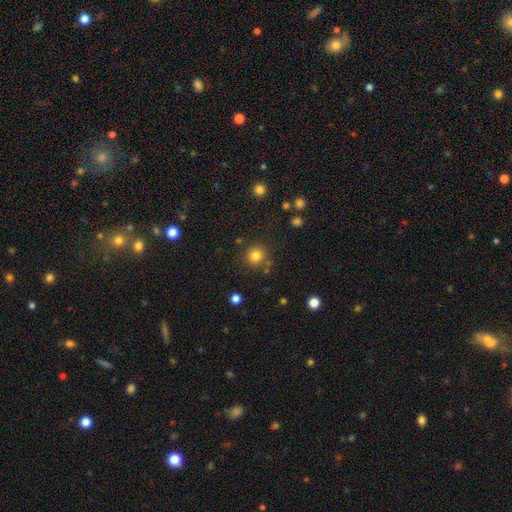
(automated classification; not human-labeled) Morphology: type=smooth (81%); roundness=round (92%); merging=none (83%).